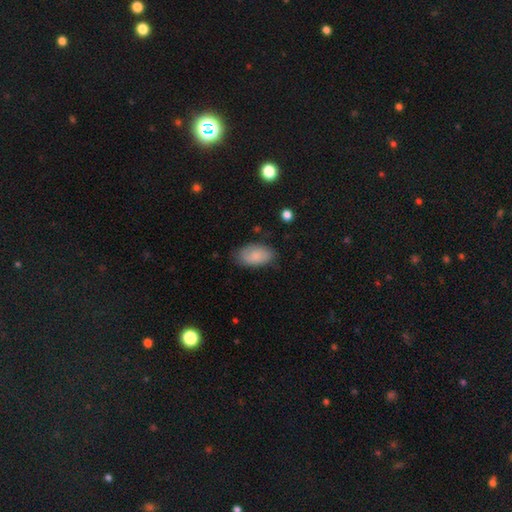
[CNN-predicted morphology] Smooth or featured? Predicted: smooth (p=0.80). How rounded? Predicted: in between (p=0.93). Merging? Predicted: none (p=0.77).